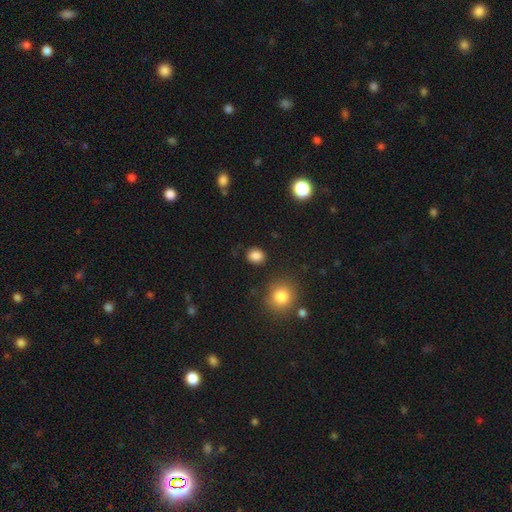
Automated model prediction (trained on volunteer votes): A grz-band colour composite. It shows a smooth galaxy with no disk features (85%) that is round (60%). Merging: none (87%).